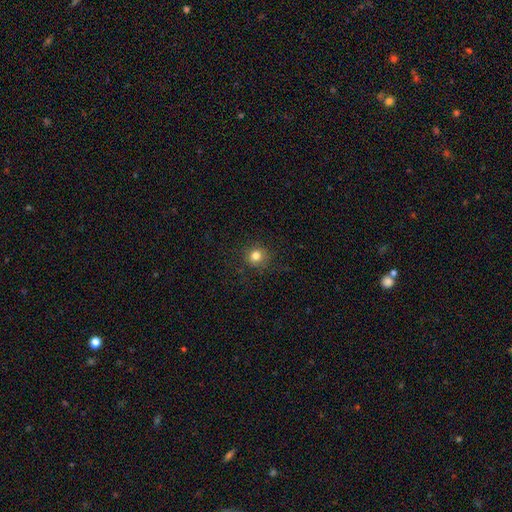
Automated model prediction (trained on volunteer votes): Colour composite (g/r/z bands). It shows a smooth galaxy with no disk features (81%) that is round (89%). Merging: none (87%).